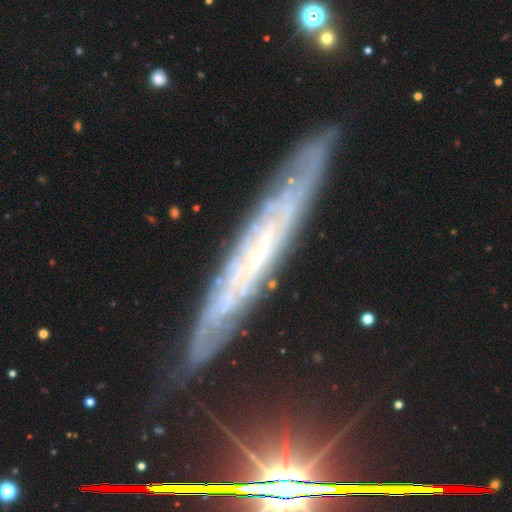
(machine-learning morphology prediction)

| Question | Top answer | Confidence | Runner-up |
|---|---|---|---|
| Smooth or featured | featured or disk | 75% | smooth (16%) |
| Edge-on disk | yes | 60% | no (40%) |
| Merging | none | 78% | minor disturbance (15%) |